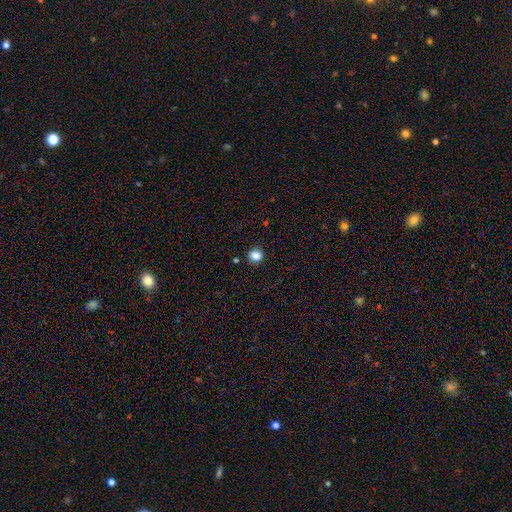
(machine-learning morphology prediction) Smooth or featured? smooth (85%)
How rounded? round (75%)
Merging? none (86%)